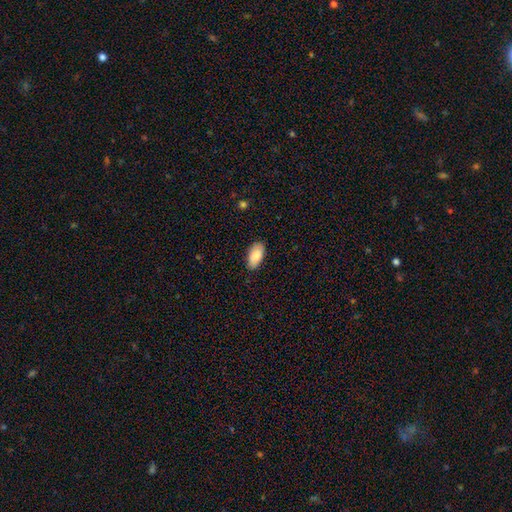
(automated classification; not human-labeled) smooth_or_featured: smooth (p=0.88) [alt: star or artifact p=0.06]
how_rounded: in between (p=0.94) [alt: cigar-shaped p=0.03]
merging: none (p=0.84) [alt: minor disturbance p=0.13]